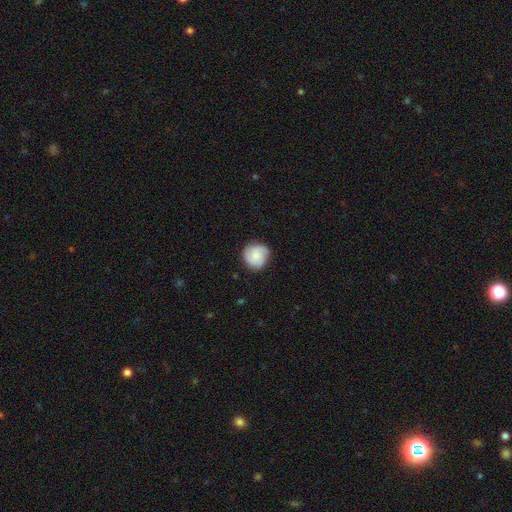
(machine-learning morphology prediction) This appears to be a smooth galaxy with no disk features (60%) that is round (89%). Merging: none (80%).